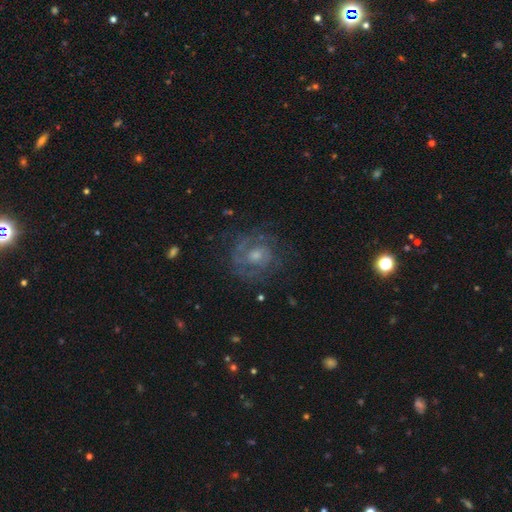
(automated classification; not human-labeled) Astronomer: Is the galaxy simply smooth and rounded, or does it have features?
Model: featured or disk — 76%.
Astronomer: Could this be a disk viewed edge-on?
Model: no — 98%.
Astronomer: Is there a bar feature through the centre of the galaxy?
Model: no — 66%.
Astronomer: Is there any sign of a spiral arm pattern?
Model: yes — 88%.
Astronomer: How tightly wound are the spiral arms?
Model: tight — 53% (runner-up: medium, 38%).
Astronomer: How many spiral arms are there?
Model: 2 — 47% (runner-up: can't tell, 28%).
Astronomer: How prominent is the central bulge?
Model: moderate — 50% (runner-up: small, 39%).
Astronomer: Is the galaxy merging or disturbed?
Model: none — 72%.